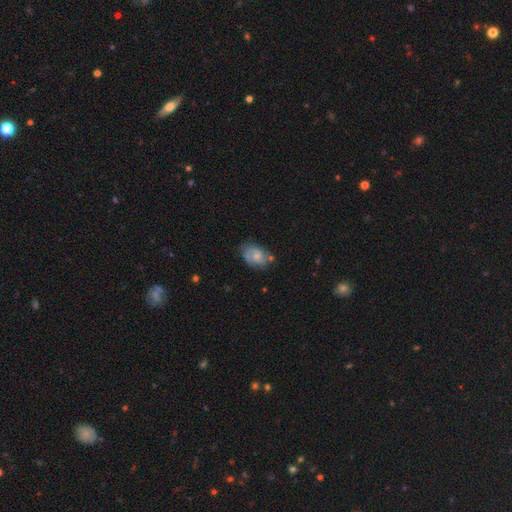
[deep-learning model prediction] featured or disk 56%, smooth 36%, star or artifact 8%. Down the decision tree: edge-on disk — no (97%); bar — no (63%); spiral arms — yes (83%); bulge size — small (47%); merging — none (61%).